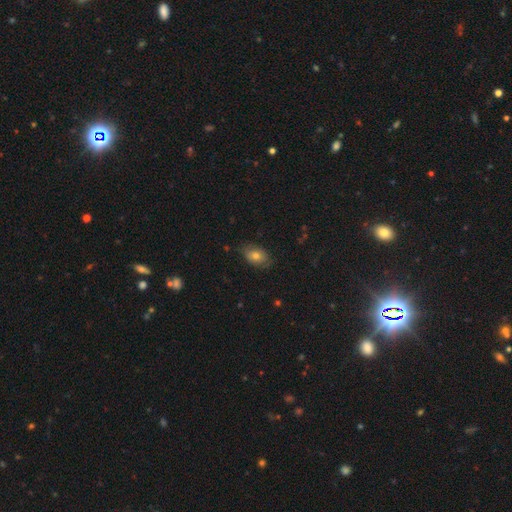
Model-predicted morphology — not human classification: Q: Smooth or featured?
A: smooth (68%); runner-up: featured or disk (24%)
Q: How rounded?
A: in between (86%); runner-up: round (13%)
Q: Merging?
A: none (73%); runner-up: minor disturbance (21%)